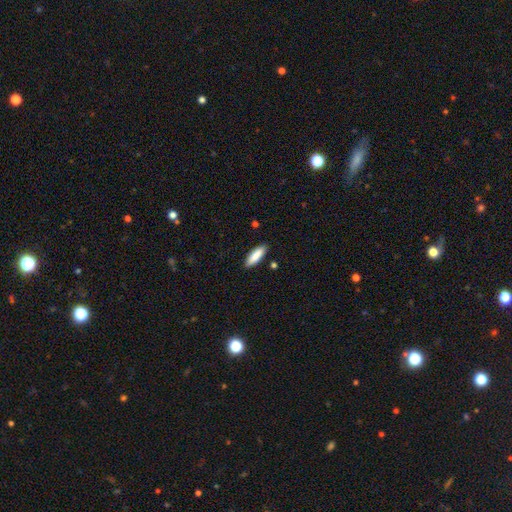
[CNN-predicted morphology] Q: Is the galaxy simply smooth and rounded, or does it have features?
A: smooth — 87%.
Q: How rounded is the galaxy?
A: in between — 53%.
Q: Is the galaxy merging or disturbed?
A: none — 88%.